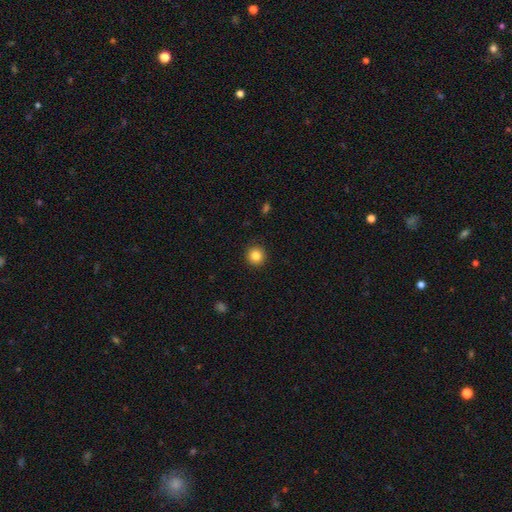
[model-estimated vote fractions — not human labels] Smooth or featured?
  - smooth: 85% *
  - star or artifact: 11%
  - featured or disk: 5%
How rounded?
  - round: 95% *
  - in between: 4%
  - cigar-shaped: 1%
Merging?
  - none: 93% *
  - minor disturbance: 5%
  - major disturbance: 2%
  - merger: 1%